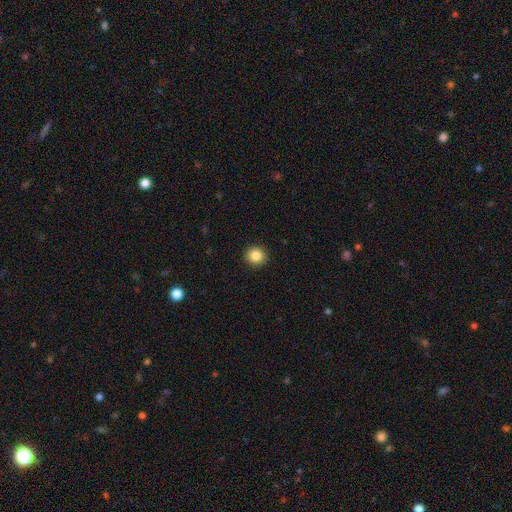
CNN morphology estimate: A smooth galaxy with no disk features (85%) that is round (93%).

Vote fractions:
- Smooth or featured? smooth: 85% / star or artifact: 10% / featured or disk: 4%
- How rounded? round: 93% / in between: 6% / cigar-shaped: 1%
- Merging? none: 93% / minor disturbance: 5% / major disturbance: 2% / merger: 1%